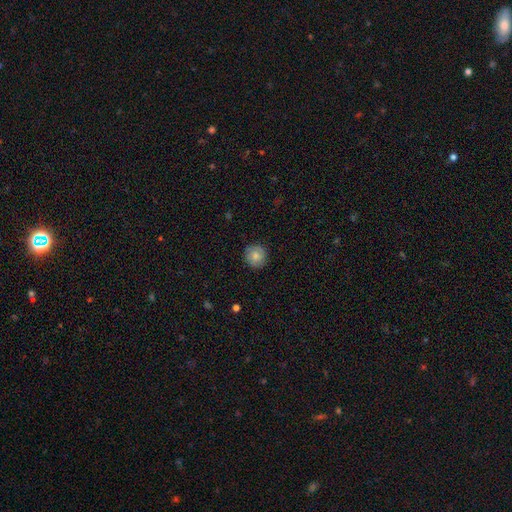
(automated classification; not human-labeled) Smooth or featured? smooth (80%)
How rounded? round (94%)
Merging? none (89%)